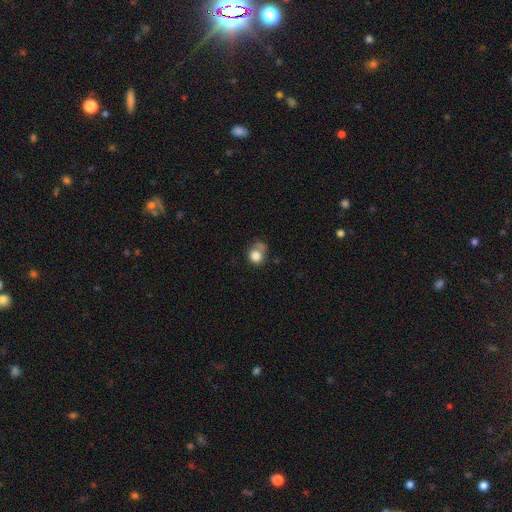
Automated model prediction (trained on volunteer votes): This appears to be a smooth galaxy with no disk features (79%) that is round (71%). Merging: none (42%).